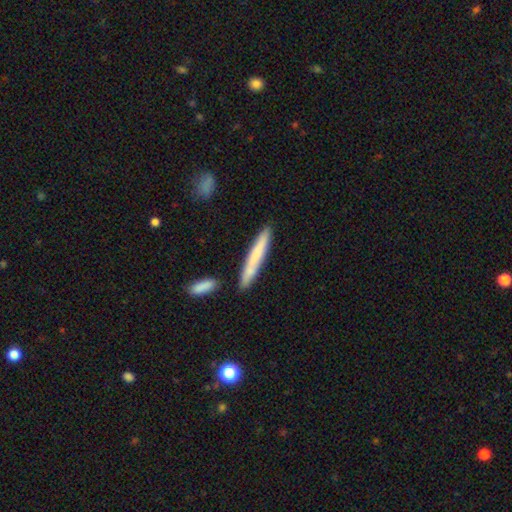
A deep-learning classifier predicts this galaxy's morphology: type=smooth (68%); roundness=cigar-shaped (95%); merging=none (81%).